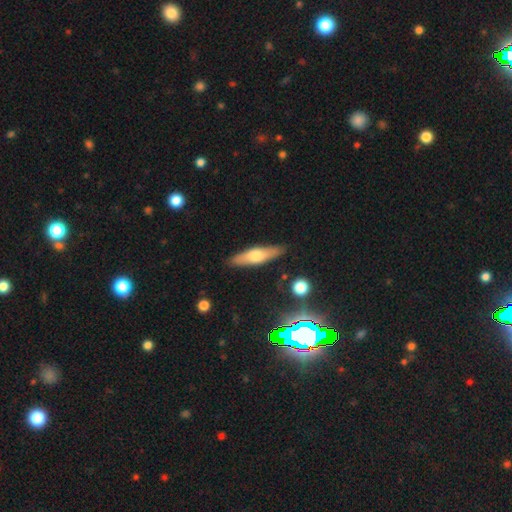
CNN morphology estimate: Smooth or featured?
  - smooth: 52% *
  - featured or disk: 41%
  - star or artifact: 7%
How rounded?
  - cigar-shaped: 65% *
  - in between: 33%
  - round: 2%
Merging?
  - none: 87% *
  - minor disturbance: 10%
  - major disturbance: 2%
  - merger: 2%